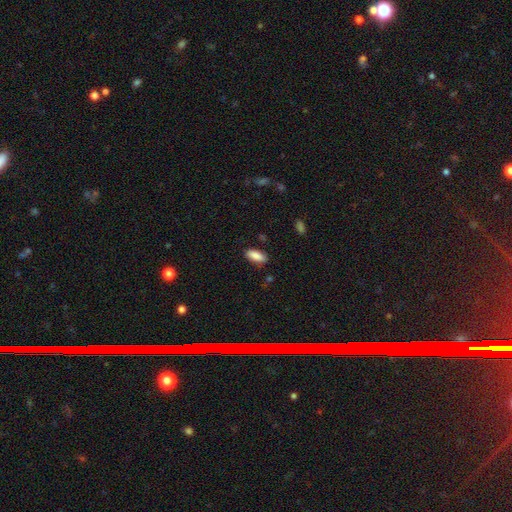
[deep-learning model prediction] Morphology: type=smooth (88%); roundness=in between (81%); merging=none (86%).